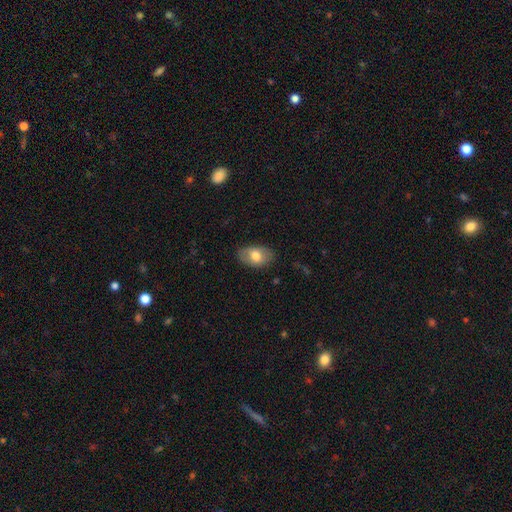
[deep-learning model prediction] smooth 72%, featured or disk 21%, star or artifact 7%. Down the decision tree: how rounded — in between (90%); merging — none (82%).